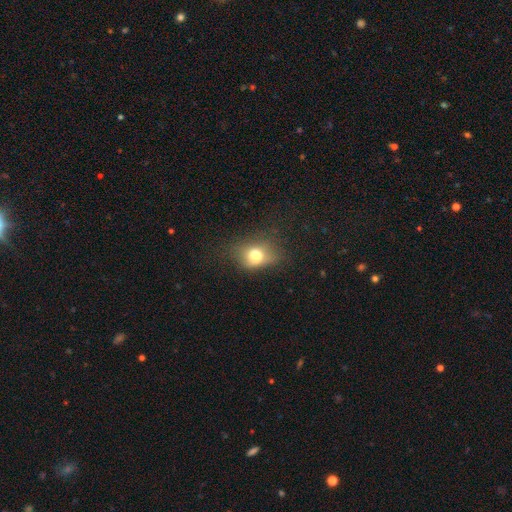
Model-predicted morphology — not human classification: Q: Smooth or featured?
A: smooth (73%); runner-up: featured or disk (14%)
Q: How rounded?
A: in between (52%); runner-up: round (46%)
Q: Merging?
A: none (51%); runner-up: minor disturbance (29%)